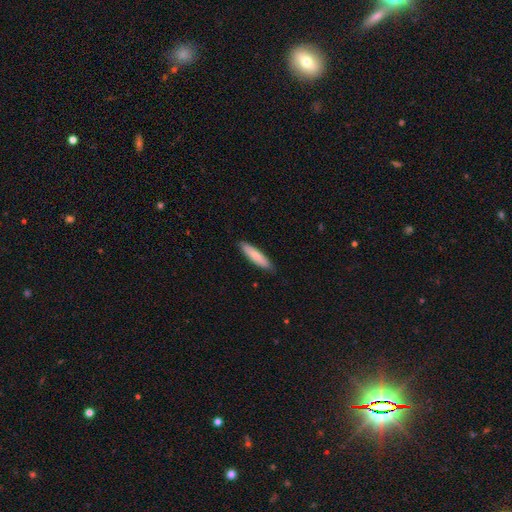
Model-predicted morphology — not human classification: Q: Smooth or featured?
A: smooth (77%); runner-up: featured or disk (18%)
Q: How rounded?
A: cigar-shaped (77%); runner-up: in between (22%)
Q: Merging?
A: none (88%); runner-up: minor disturbance (10%)